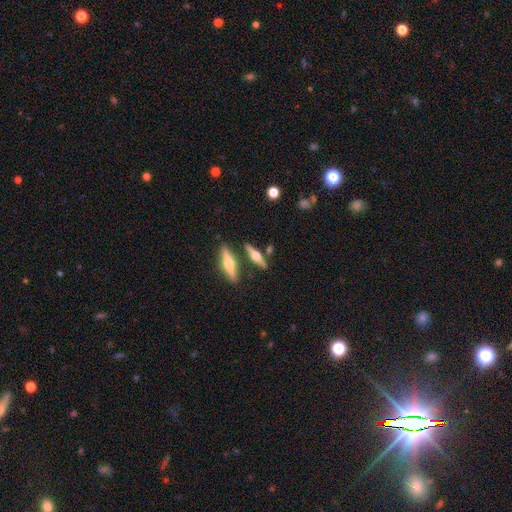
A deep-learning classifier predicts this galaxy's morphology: smooth_or_featured: featured or disk (p=0.69) [alt: smooth p=0.25]
disk_edge_on: yes (p=0.96) [alt: no p=0.04]
edge_on_bulge: rounded (p=0.96) [alt: boxy p=0.03]
merging: none (p=0.76) [alt: merger p=0.12]